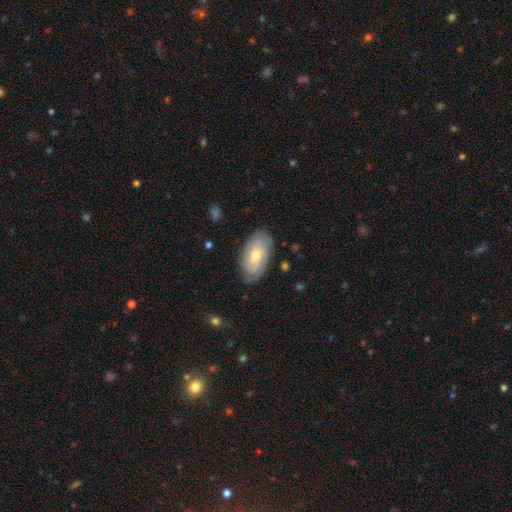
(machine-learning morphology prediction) type=featured or disk (58%); edge-on=no (93%); bar=no (73%); spiral arms=yes (81%); bulge=moderate (55%); merging=none (80%).